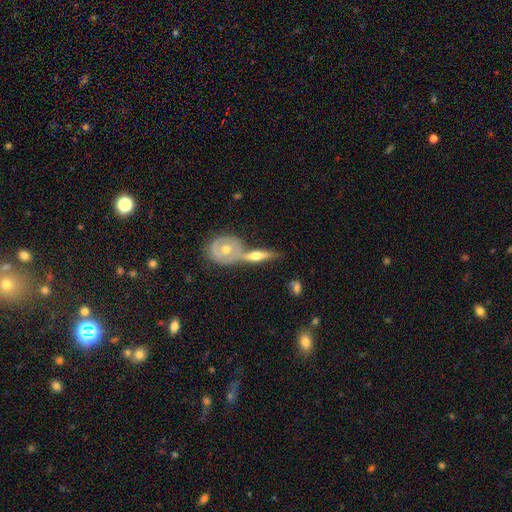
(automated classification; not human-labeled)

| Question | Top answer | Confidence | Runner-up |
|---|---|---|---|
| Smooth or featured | featured or disk | 61% | smooth (33%) |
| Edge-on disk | yes | 78% | no (22%) |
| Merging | none | 44% | merger (40%) |